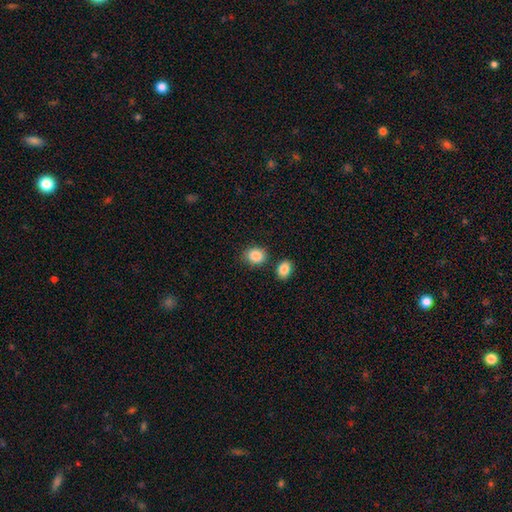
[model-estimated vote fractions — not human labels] A smooth galaxy with no disk features (88%) that is round (58%). Merging: none (74%).